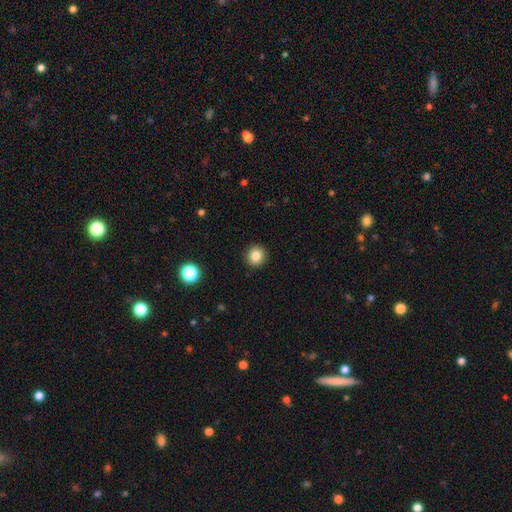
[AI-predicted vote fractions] A smooth galaxy with no disk features (84%) that is round (92%).

Vote fractions:
- Smooth or featured? smooth: 84% / star or artifact: 11% / featured or disk: 5%
- How rounded? round: 92% / in between: 7% / cigar-shaped: 1%
- Merging? none: 92% / minor disturbance: 5% / major disturbance: 2% / merger: 1%